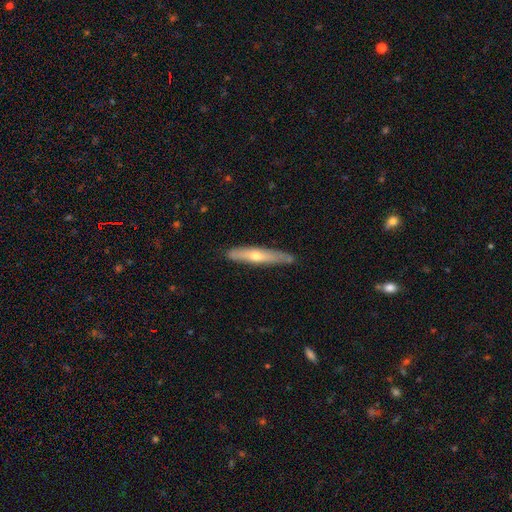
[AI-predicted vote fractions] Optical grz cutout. It shows a featured or disk galaxy (50%) viewed edge-on (84%). Merging: none (81%).